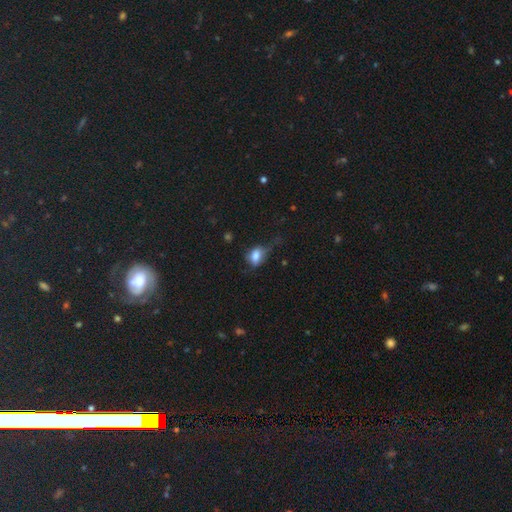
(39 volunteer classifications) This is likely a smooth galaxy (77%). How rounded: likely in between (60%). Merging: marginally major disturbance (39%).